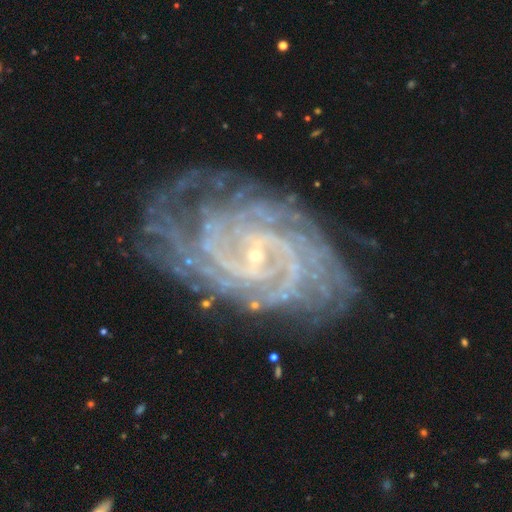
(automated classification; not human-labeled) Smooth or featured?
  - featured or disk: 91% *
  - star or artifact: 5%
  - smooth: 3%
Edge-on disk?
  - no: 97% *
  - yes: 3%
Bar?
  - no: 52% *
  - weak: 35%
  - strong: 13%
Spiral arms?
  - yes: 98% *
  - no: 2%
Spiral winding?
  - tight: 74% *
  - medium: 22%
  - loose: 4%
Spiral arm count?
  - 2: 21% *
  - can't tell: 20%
  - 4: 18%
  - more than 4: 18%
  - 3: 14%
  - 1: 9%
Bulge size?
  - small: 87% *
  - moderate: 8%
  - none: 3%
  - large: 1%
  - dominant: 1%
Merging?
  - none: 75% *
  - minor disturbance: 17%
  - major disturbance: 7%
  - merger: 2%